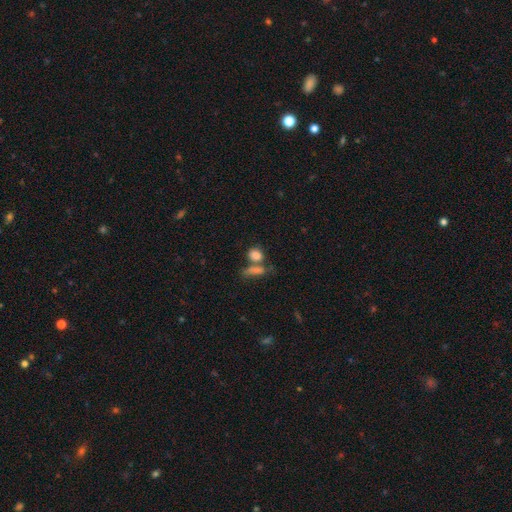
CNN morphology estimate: This is clearly a smooth galaxy (82%). How rounded: possibly in between (57%). Merging: marginally merger (41%, tied with none).